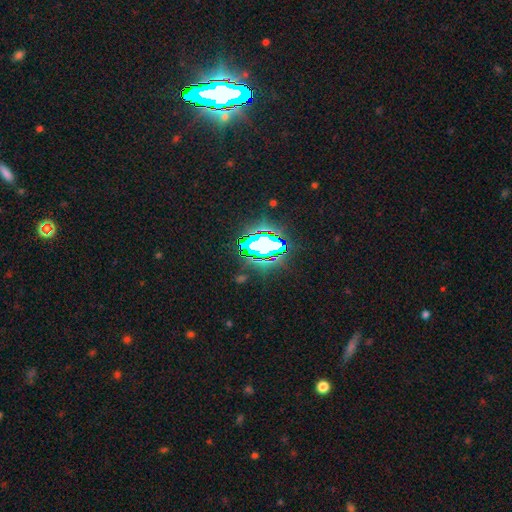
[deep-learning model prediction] Smooth or featured: star or artifact — 77% (smooth — 13%)